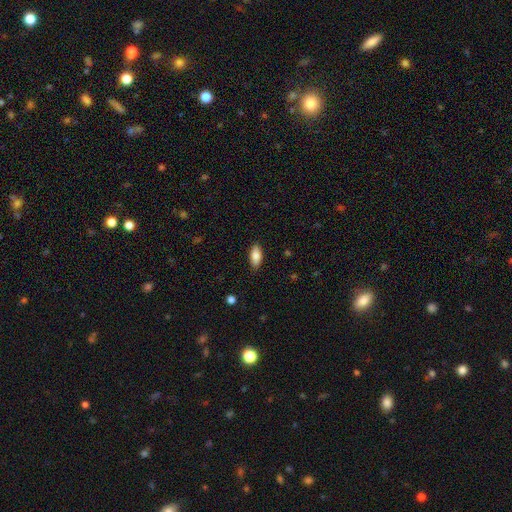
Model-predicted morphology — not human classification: smooth-or-featured: smooth: 85% | featured or disk: 9% | star or artifact: 7%
  how-rounded: in between: 86% | cigar-shaped: 12% | round: 2%
  merging: none: 87% | minor disturbance: 10% | major disturbance: 2% | merger: 1%